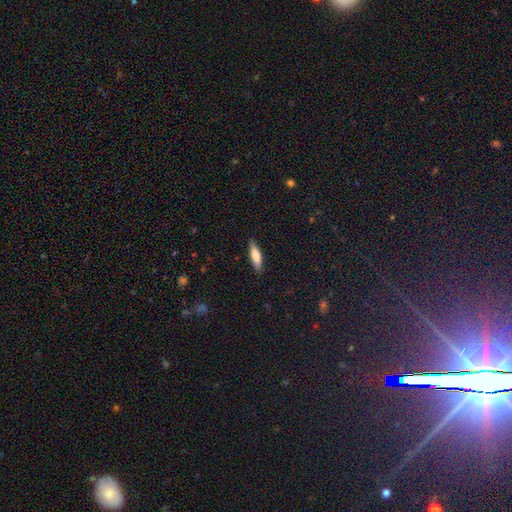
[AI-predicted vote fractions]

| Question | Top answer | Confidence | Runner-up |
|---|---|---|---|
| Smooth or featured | smooth | 76% | featured or disk (19%) |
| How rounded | cigar-shaped | 61% | in between (37%) |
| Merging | none | 87% | minor disturbance (10%) |